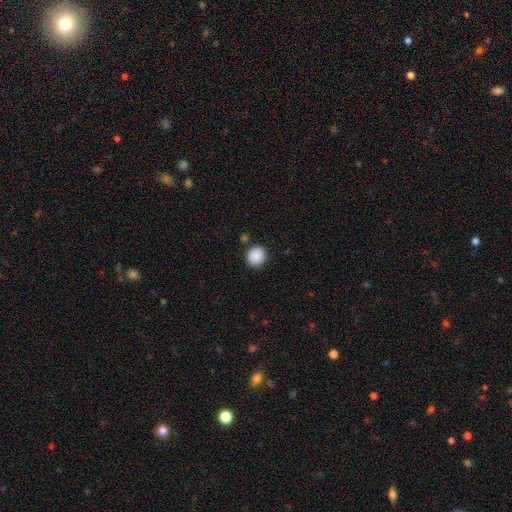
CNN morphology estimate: smooth-or-featured: smooth: 89% | star or artifact: 8% | featured or disk: 3%
  how-rounded: round: 85% | in between: 14% | cigar-shaped: 1%
  merging: none: 85% | minor disturbance: 9% | merger: 3% | major disturbance: 2%